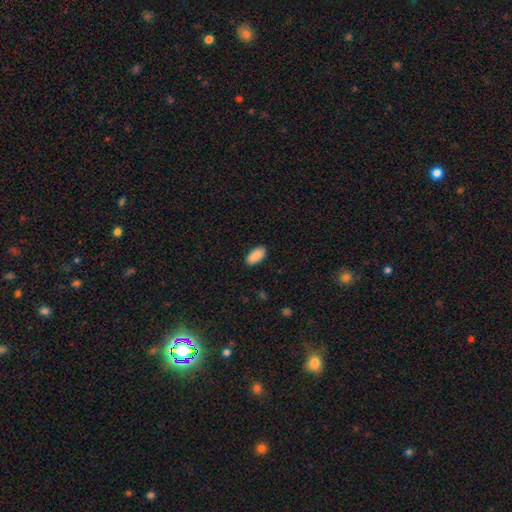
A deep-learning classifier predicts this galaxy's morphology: smooth 90%, star or artifact 6%, featured or disk 3%. Down the decision tree: how rounded — in between (93%); merging — none (90%).